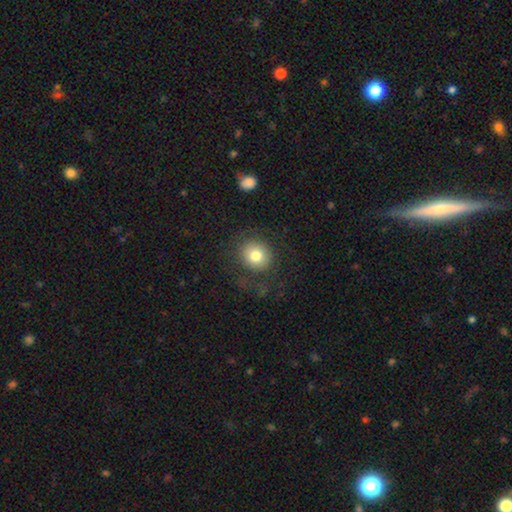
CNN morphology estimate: Smooth or featured?
  - smooth: 79% *
  - featured or disk: 12%
  - star or artifact: 10%
How rounded?
  - round: 84% *
  - in between: 15%
  - cigar-shaped: 1%
Merging?
  - none: 76% *
  - minor disturbance: 13%
  - major disturbance: 10%
  - merger: 1%